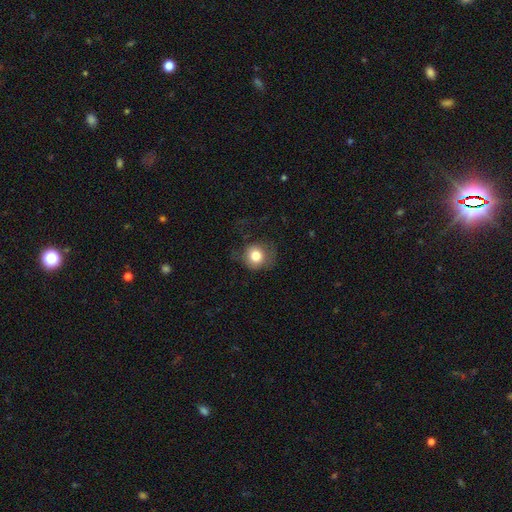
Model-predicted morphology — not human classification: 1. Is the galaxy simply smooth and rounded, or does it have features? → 79% smooth, 11% featured or disk, 10% star or artifact.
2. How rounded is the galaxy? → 85% round, 14% in between, 1% cigar-shaped.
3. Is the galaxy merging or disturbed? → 60% none, 22% minor disturbance, 17% major disturbance, 1% merger.